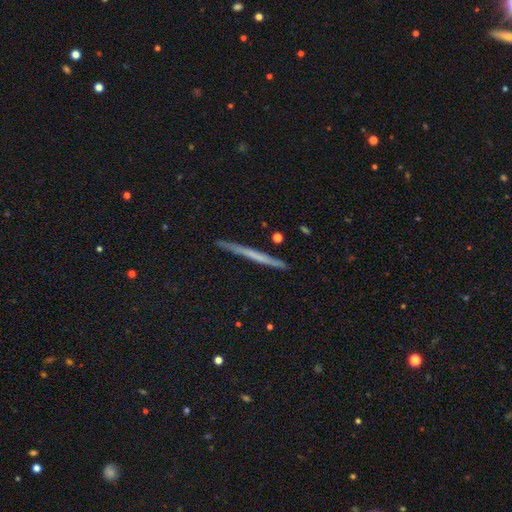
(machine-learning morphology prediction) Smooth or featured? featured or disk (48%)
Merging? none (90%)